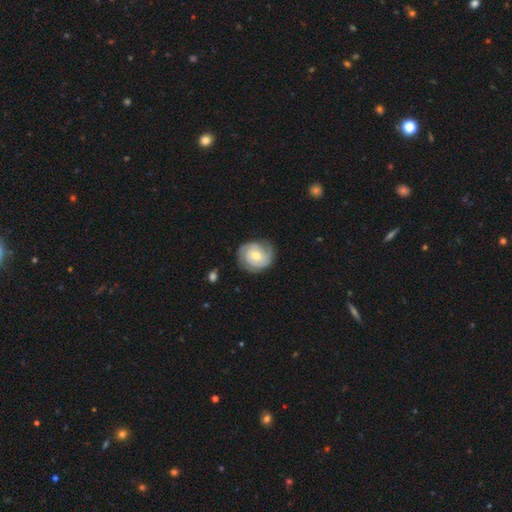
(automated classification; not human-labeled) Smooth or featured? featured or disk (73%)
Edge-on disk? no (98%)
Bar? no (64%)
Spiral arms? yes (93%)
Spiral winding? tight (69%)
Spiral arm count? 2 (54%)
Bulge size? moderate (62%)
Merging? none (78%)